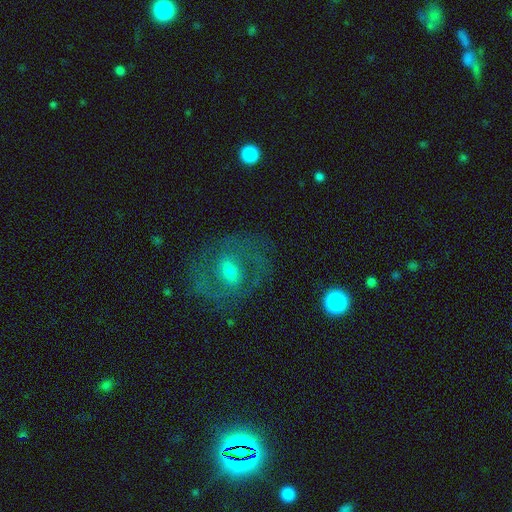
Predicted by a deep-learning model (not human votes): featured or disk 68%, smooth 18%, star or artifact 14%. Down the decision tree: edge-on disk — no (95%); bar — weak (46%); spiral arms — yes (72%); bulge size — moderate (55%); merging — none (77%).